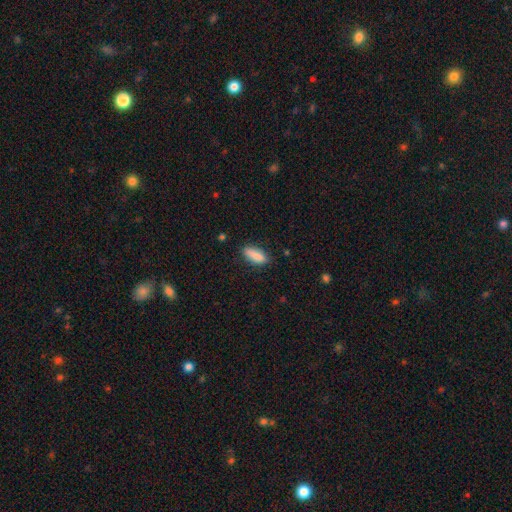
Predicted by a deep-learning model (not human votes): This is clearly a smooth galaxy (87%). How rounded: likely in between (68%). Merging: clearly none (80%).